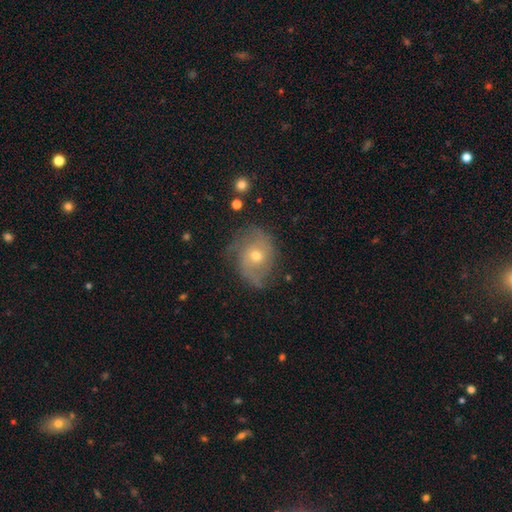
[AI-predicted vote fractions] Q: Smooth or featured?
A: featured or disk (68%); runner-up: smooth (21%)
Q: Edge-on disk?
A: no (96%); runner-up: yes (4%)
Q: Bar?
A: no (78%); runner-up: weak (18%)
Q: Spiral arms?
A: yes (87%); runner-up: no (13%)
Q: Spiral winding?
A: medium (40%); runner-up: tight (34%)
Q: Spiral arm count?
A: 2 (48%); runner-up: can't tell (24%)
Q: Bulge size?
A: moderate (54%); runner-up: small (42%)
Q: Merging?
A: none (68%); runner-up: minor disturbance (22%)